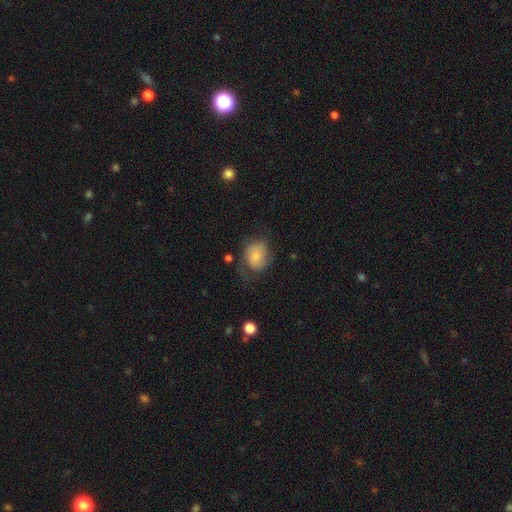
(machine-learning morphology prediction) Q: Smooth or featured?
A: smooth (62%); runner-up: featured or disk (30%)
Q: How rounded?
A: round (56%); runner-up: in between (43%)
Q: Merging?
A: none (48%); runner-up: minor disturbance (29%)